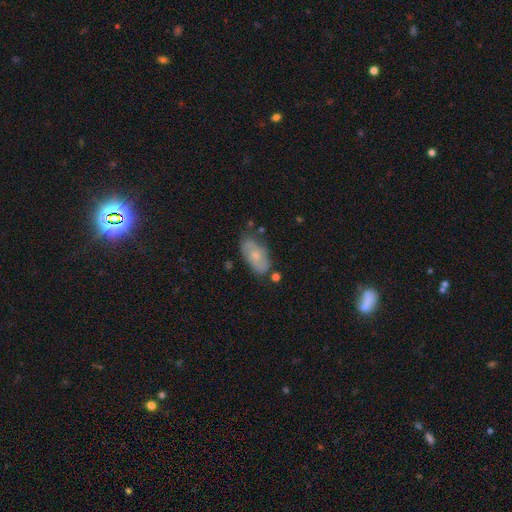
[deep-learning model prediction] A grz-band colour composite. It shows a smooth galaxy with no disk features (50%). Merging: none (69%).